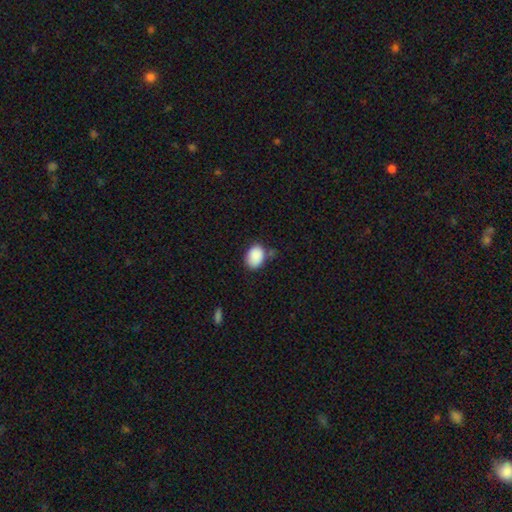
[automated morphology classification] Smooth or featured?
  - smooth: 89% *
  - star or artifact: 8%
  - featured or disk: 4%
How rounded?
  - in between: 75% *
  - round: 24%
  - cigar-shaped: 1%
Merging?
  - none: 67% *
  - minor disturbance: 21%
  - merger: 7%
  - major disturbance: 5%